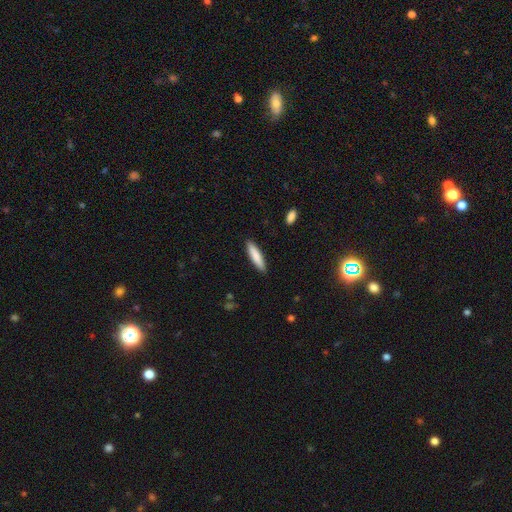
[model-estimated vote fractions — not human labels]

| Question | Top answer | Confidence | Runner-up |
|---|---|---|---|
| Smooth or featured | smooth | 82% | featured or disk (12%) |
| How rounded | cigar-shaped | 80% | in between (18%) |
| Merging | none | 90% | minor disturbance (7%) |